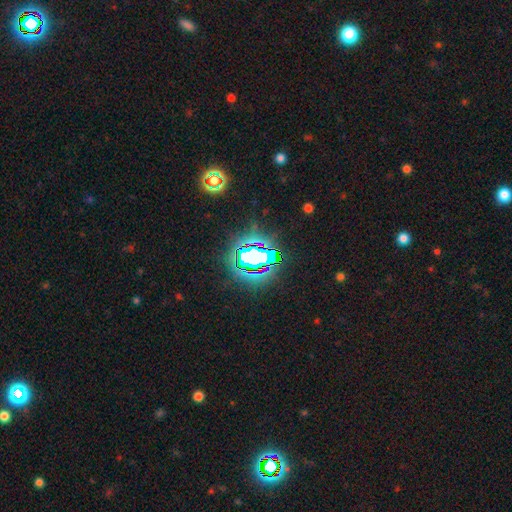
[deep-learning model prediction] Smooth or featured?
  - star or artifact: 70% *
  - smooth: 16%
  - featured or disk: 14%